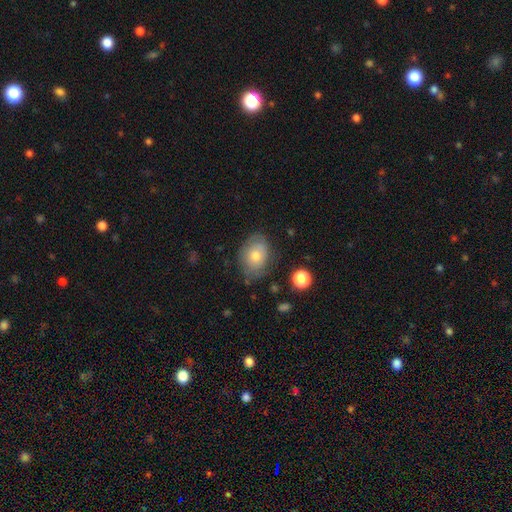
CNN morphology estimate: This appears to be a smooth galaxy with no disk features (62%) that is in between round and cigar-shaped (77%). Merging: none (71%).